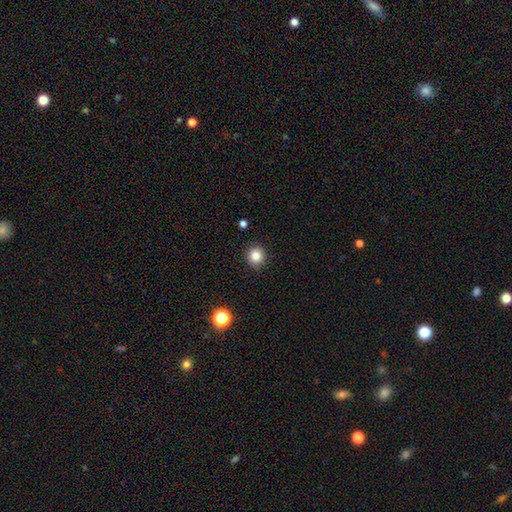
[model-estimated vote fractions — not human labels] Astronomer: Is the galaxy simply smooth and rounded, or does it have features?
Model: smooth — 85%.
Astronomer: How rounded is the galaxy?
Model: round — 91%.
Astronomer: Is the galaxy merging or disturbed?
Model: none — 91%.